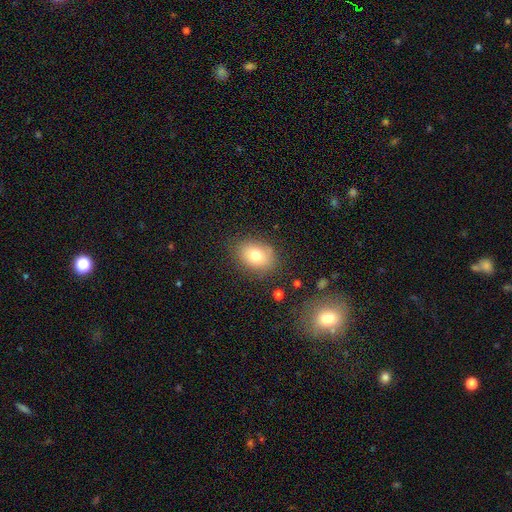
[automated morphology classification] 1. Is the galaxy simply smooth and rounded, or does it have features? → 76% smooth, 13% featured or disk, 11% star or artifact.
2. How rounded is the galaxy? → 69% in between, 30% round, 1% cigar-shaped.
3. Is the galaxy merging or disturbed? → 80% none, 14% minor disturbance, 4% major disturbance, 2% merger.